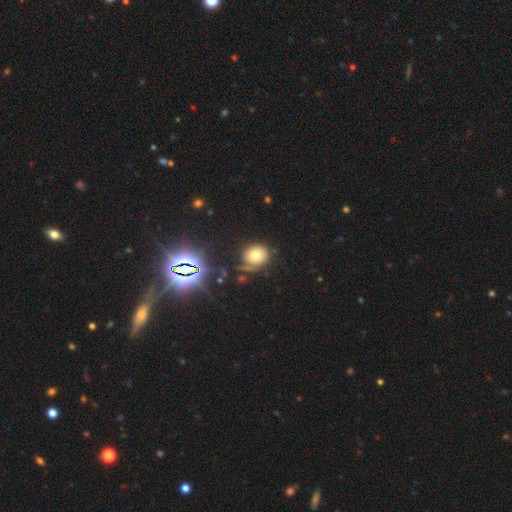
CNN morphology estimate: A smooth galaxy with no disk features (65%) that is round (73%).

Vote fractions:
- Smooth or featured? smooth: 65% / star or artifact: 21% / featured or disk: 15%
- How rounded? round: 73% / in between: 26% / cigar-shaped: 1%
- Merging? none: 67% / minor disturbance: 20% / major disturbance: 8% / merger: 6%